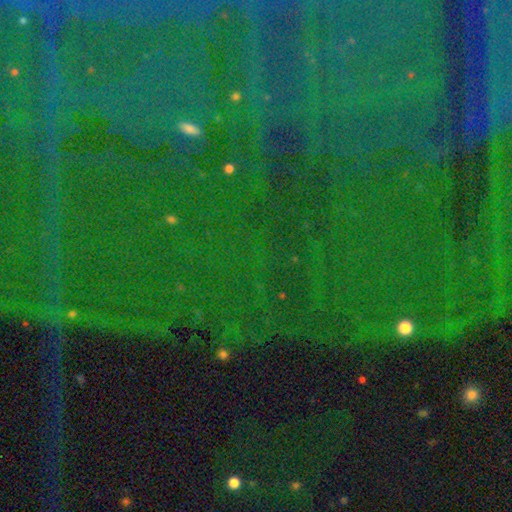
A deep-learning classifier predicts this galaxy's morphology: This appears to be a star or artifact, not a galaxy (83%).